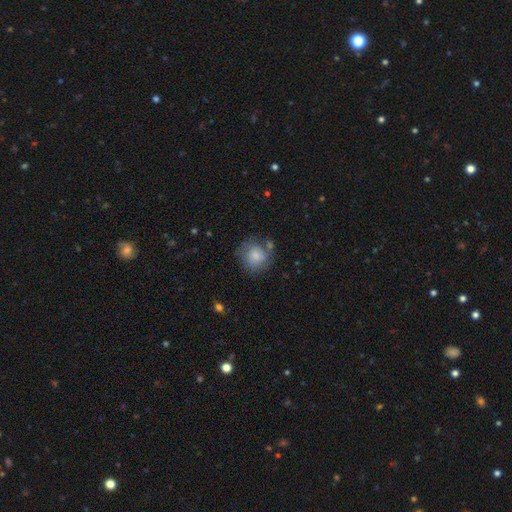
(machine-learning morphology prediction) A smooth galaxy with no disk features (70%) that is round (84%). Merging: none (60%).